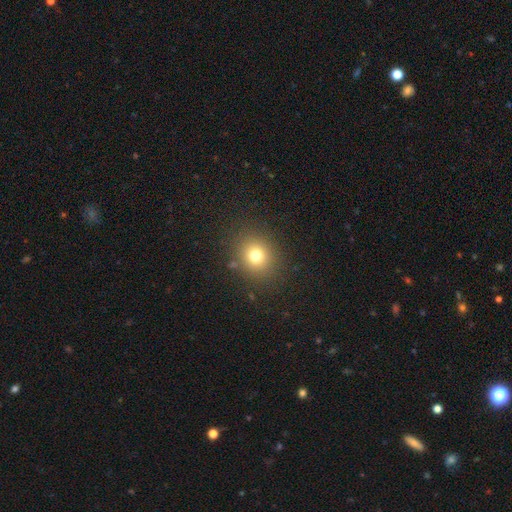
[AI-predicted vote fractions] Q: Smooth or featured?
A: smooth (75%); runner-up: star or artifact (16%)
Q: How rounded?
A: round (78%); runner-up: in between (21%)
Q: Merging?
A: none (86%); runner-up: minor disturbance (8%)